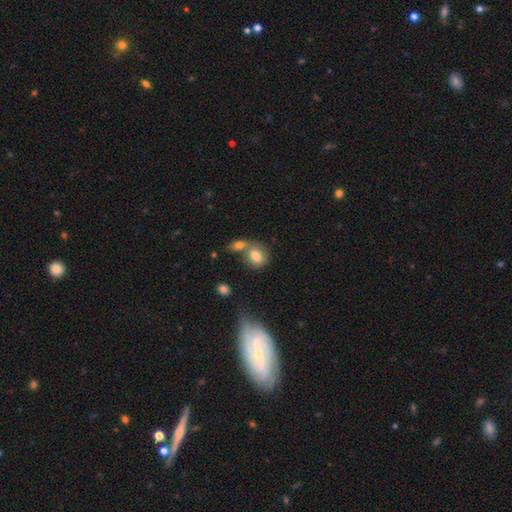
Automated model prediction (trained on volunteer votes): The model was most divided on "how rounded": round: 51%, in between: 48%, cigar-shaped: 2%. Remaining: smooth or featured — smooth (79%); merging — merger (48%).